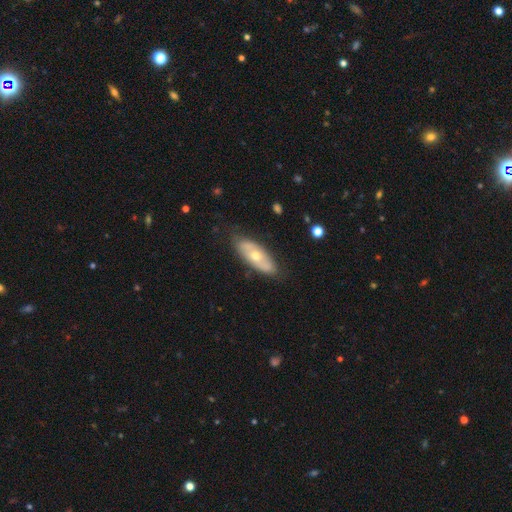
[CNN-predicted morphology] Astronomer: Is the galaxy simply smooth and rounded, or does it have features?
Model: featured or disk — 50% (runner-up: smooth, 44%).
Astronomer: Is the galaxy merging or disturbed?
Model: none — 77%.